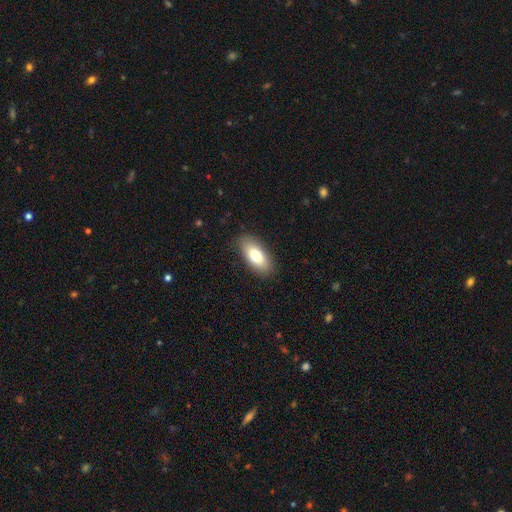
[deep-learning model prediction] A smooth galaxy with no disk features (77%) that is in between round and cigar-shaped (87%).

Vote fractions:
- Smooth or featured? smooth: 77% / featured or disk: 16% / star or artifact: 7%
- How rounded? in between: 87% / cigar-shaped: 11% / round: 3%
- Merging? none: 87% / minor disturbance: 10% / major disturbance: 2% / merger: 1%